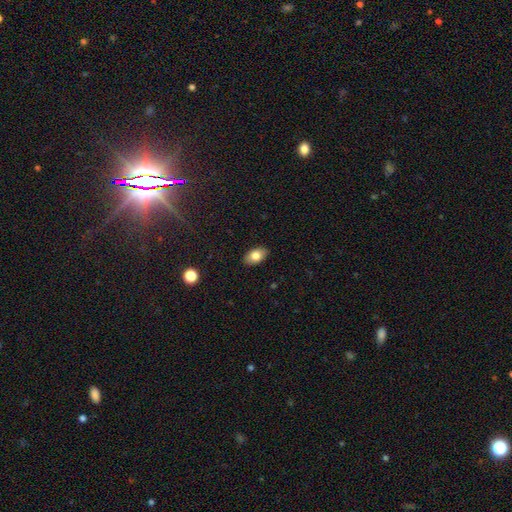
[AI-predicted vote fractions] Smooth or featured: smooth — 80% (featured or disk — 12%)
How rounded: in between — 91% (round — 7%)
Merging: none — 88% (minor disturbance — 9%)